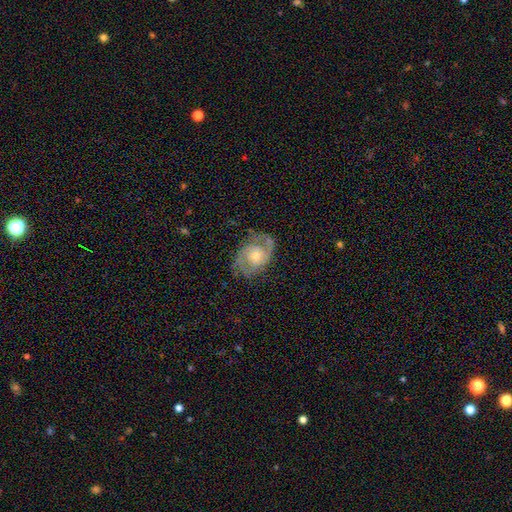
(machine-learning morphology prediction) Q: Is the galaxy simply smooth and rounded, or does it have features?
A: featured or disk — 85%.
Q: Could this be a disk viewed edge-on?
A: no — 97%.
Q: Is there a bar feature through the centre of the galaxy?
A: no — 67%.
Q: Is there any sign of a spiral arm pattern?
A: yes — 96%.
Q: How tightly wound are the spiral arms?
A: medium — 47%.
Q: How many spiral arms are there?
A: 2 — 84%.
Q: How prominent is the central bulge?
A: moderate — 52%.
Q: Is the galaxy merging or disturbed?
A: none — 73%.